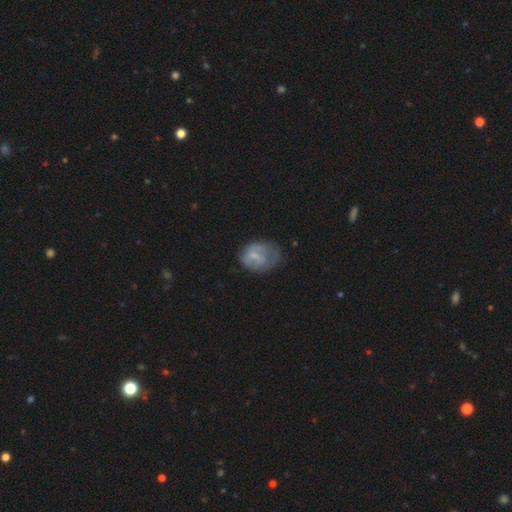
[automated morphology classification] This is possibly a smooth galaxy (56%). How rounded: possibly in between (57%). Merging: marginally none (40%).